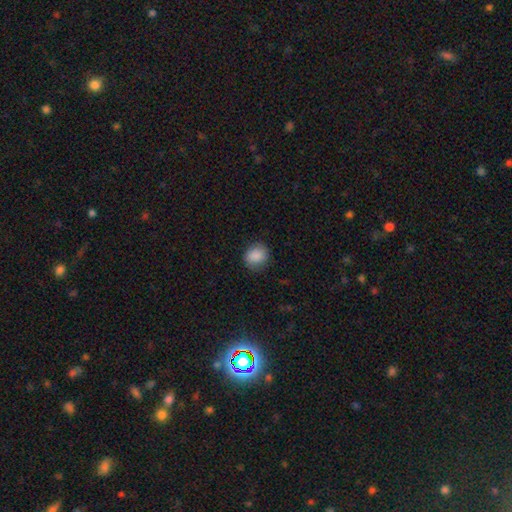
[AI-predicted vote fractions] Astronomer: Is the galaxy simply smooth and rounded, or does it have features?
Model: smooth — 87%.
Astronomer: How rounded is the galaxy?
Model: round — 73%.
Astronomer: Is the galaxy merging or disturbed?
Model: none — 80%.